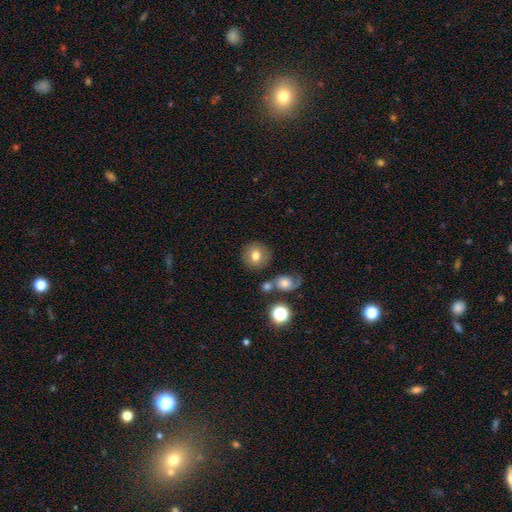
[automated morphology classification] The model was most divided on "smooth or featured": smooth: 75%, featured or disk: 15%, star or artifact: 10%. More confident: how rounded — round (87%); merging — none (79%).